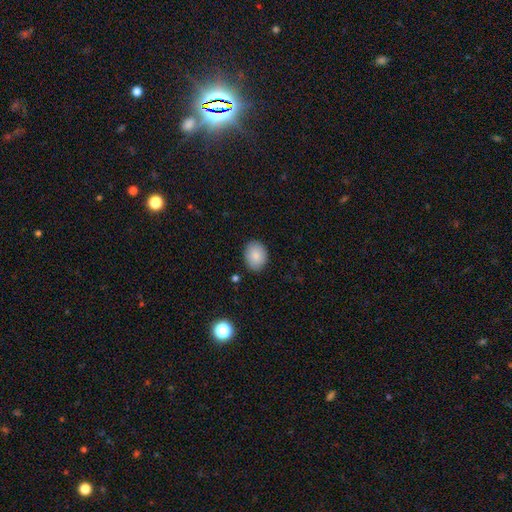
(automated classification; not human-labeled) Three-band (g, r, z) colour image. It shows a smooth galaxy with no disk features (86%) that is in between round and cigar-shaped (59%). Merging: none (86%).